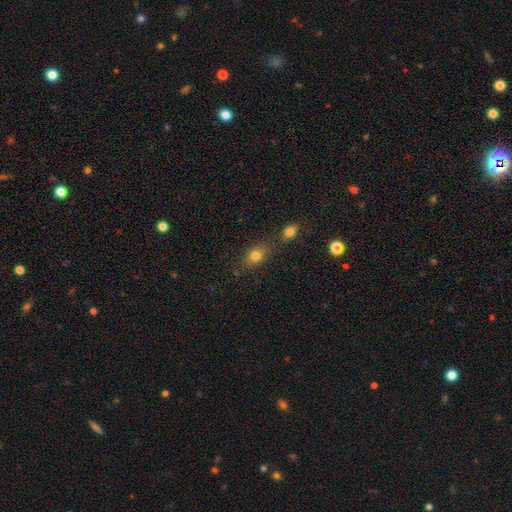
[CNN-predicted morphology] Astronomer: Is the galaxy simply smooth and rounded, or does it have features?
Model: smooth — 77%.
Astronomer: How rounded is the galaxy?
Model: in between — 69%.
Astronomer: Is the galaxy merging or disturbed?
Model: none — 62%.